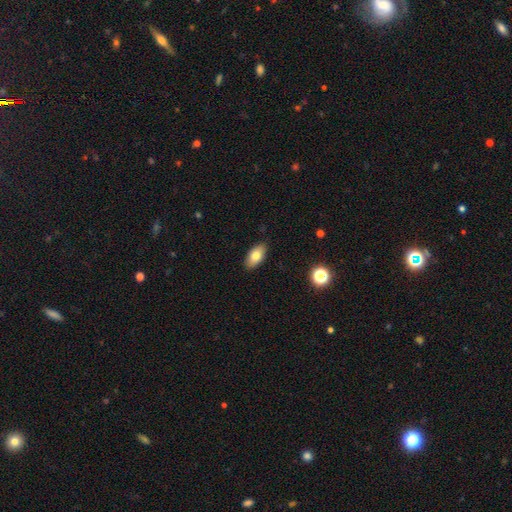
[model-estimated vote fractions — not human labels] smooth 78%, featured or disk 14%, star or artifact 8%. Down the decision tree: how rounded — in between (91%); merging — none (88%).